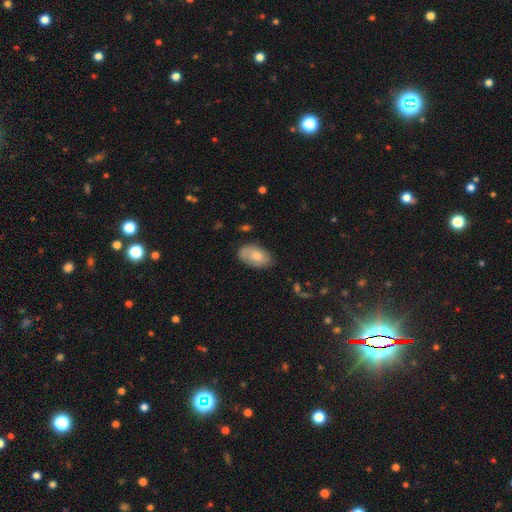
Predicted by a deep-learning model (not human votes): Smooth or featured? smooth (66%)
How rounded? in between (92%)
Merging? none (73%)